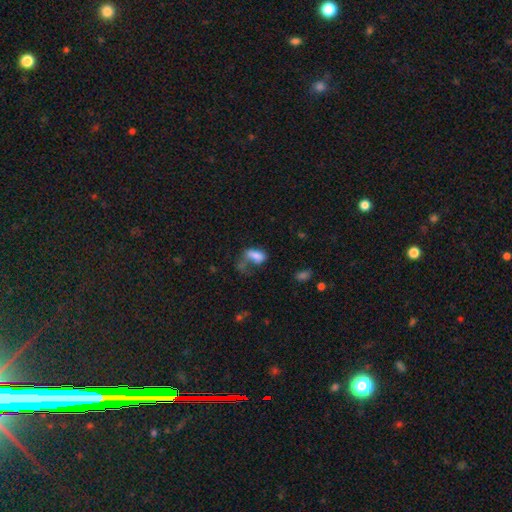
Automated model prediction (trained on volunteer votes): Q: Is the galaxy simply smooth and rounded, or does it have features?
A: smooth — 73%.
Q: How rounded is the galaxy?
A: in between — 88%.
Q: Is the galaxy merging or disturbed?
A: major disturbance — 36%.